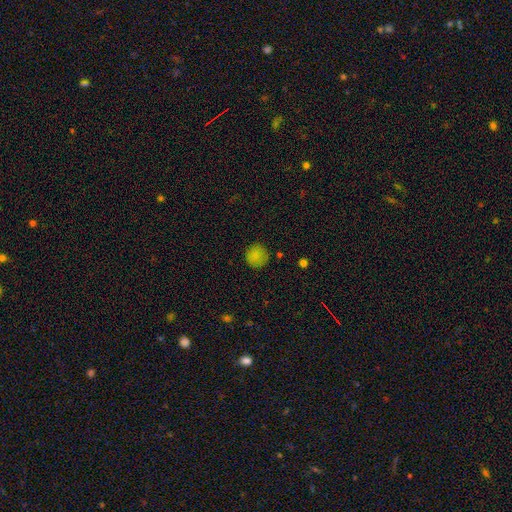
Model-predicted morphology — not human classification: Smooth or featured: smooth — 83% (star or artifact — 12%)
How rounded: round — 93% (in between — 6%)
Merging: none — 85% (minor disturbance — 10%)